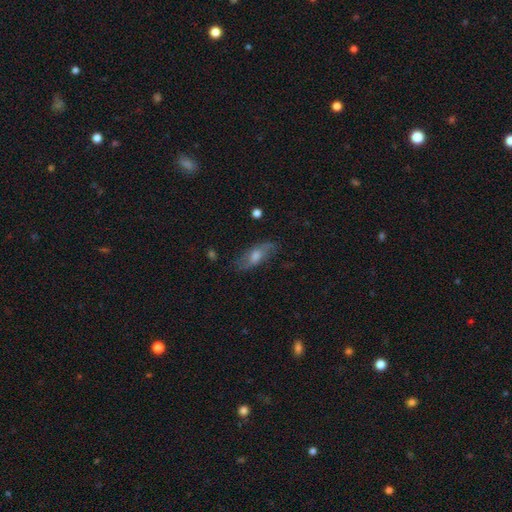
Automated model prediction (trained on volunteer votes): A featured or disk galaxy (45%, tied with smooth). Merging: none (77%).